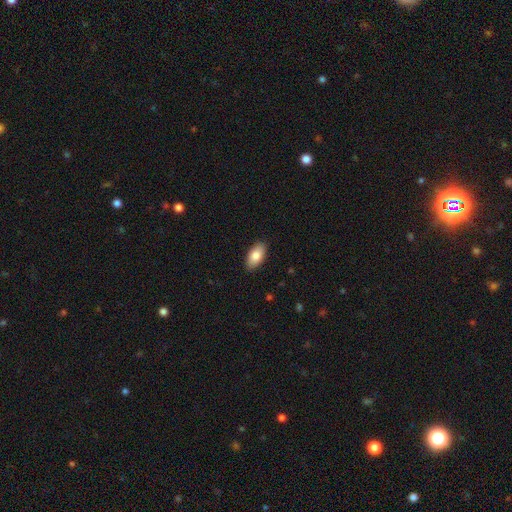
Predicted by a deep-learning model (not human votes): smooth-or-featured: smooth: 83% | featured or disk: 11% | star or artifact: 6%
  how-rounded: in between: 93% | cigar-shaped: 4% | round: 3%
  merging: none: 89% | minor disturbance: 8% | major disturbance: 2% | merger: 1%